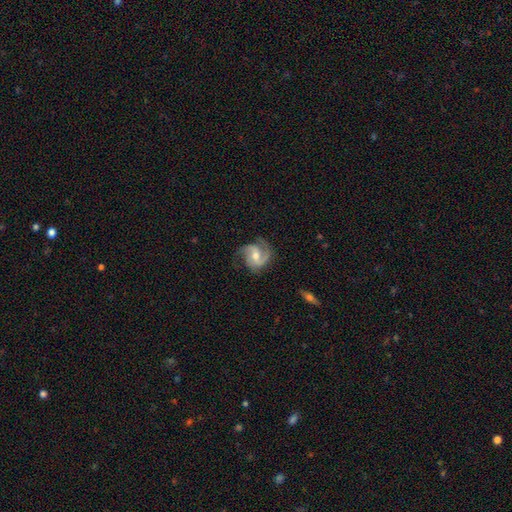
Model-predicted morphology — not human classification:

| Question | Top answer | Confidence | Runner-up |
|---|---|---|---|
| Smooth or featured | featured or disk | 83% | smooth (11%) |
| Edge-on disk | no | 98% | yes (2%) |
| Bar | weak | 45% | no (38%) |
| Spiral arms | yes | 96% | no (4%) |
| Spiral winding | medium | 50% | tight (25%) |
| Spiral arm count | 2 | 64% | 3 (20%) |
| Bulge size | moderate | 64% | small (31%) |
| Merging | none | 67% | minor disturbance (21%) |